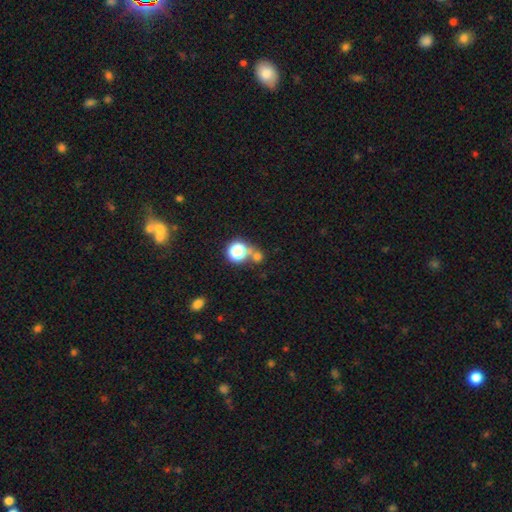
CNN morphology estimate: This is possibly a smooth galaxy (57%). How rounded: clearly round (84%). Merging: possibly none (59%).